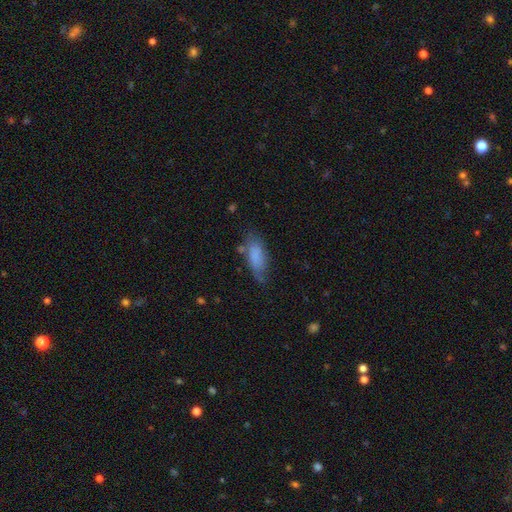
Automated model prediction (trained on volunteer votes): Smooth or featured? smooth (76%)
How rounded? in between (78%)
Merging? none (56%)